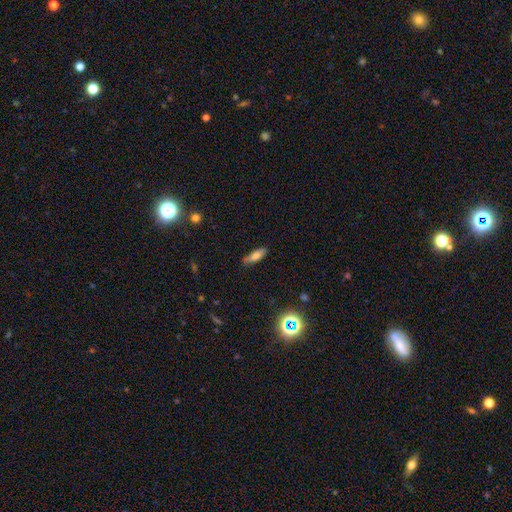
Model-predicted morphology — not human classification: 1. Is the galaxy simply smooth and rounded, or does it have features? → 72% smooth, 18% featured or disk, 10% star or artifact.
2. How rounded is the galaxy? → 53% in between, 44% cigar-shaped, 3% round.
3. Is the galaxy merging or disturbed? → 81% none, 15% minor disturbance, 3% major disturbance, 1% merger.